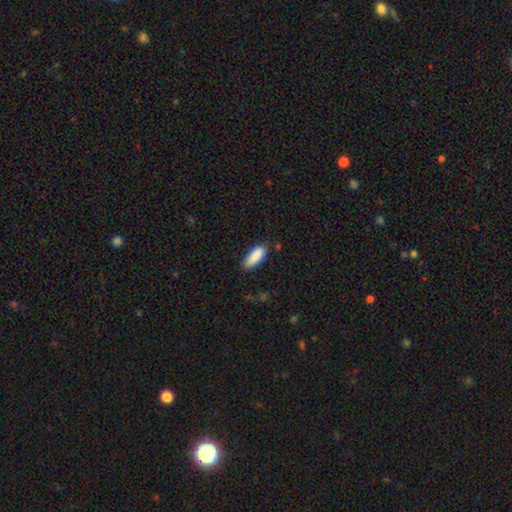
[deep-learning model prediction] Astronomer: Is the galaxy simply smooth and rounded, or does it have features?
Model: smooth — 88%.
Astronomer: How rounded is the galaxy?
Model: in between — 68%.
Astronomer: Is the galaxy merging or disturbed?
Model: none — 78%.